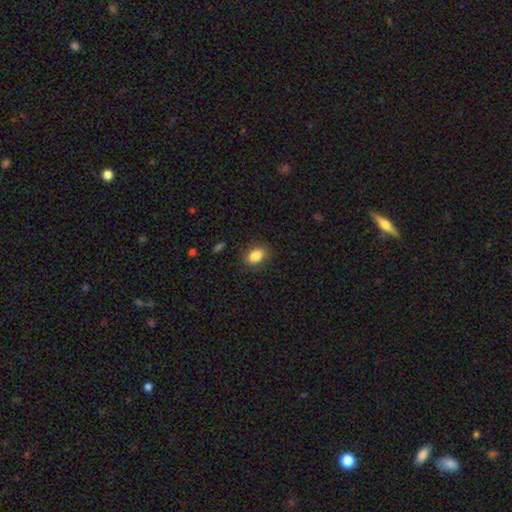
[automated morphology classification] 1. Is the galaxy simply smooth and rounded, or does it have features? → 85% smooth, 9% star or artifact, 6% featured or disk.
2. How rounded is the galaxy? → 78% in between, 20% round, 1% cigar-shaped.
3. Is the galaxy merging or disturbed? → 84% none, 12% minor disturbance, 3% major disturbance, 1% merger.